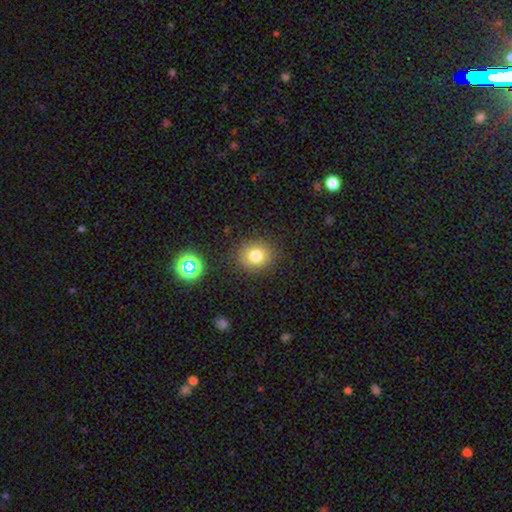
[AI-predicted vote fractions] Q: Smooth or featured?
A: smooth (77%); runner-up: star or artifact (14%)
Q: How rounded?
A: round (79%); runner-up: in between (21%)
Q: Merging?
A: none (86%); runner-up: minor disturbance (9%)